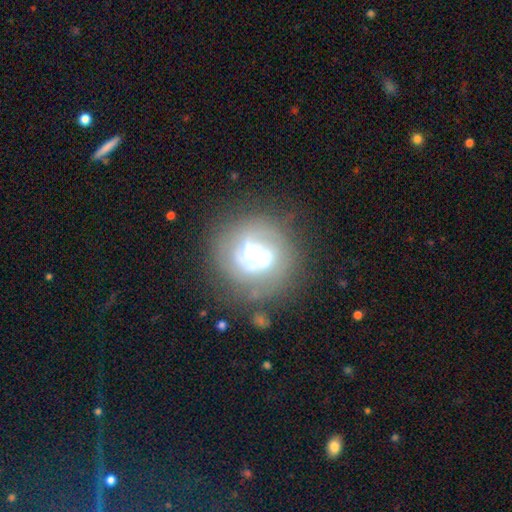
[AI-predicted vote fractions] This appears to be a featured or disk galaxy (65%) with no bar (79%), spiral arms (53%) and a moderate central bulge (50%). Merging: none (60%).